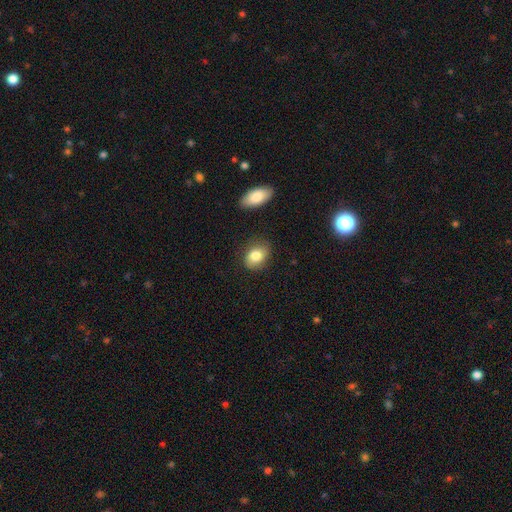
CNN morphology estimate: This appears to be a smooth galaxy with no disk features (83%) that is in between round and cigar-shaped (69%). Merging: none (75%).